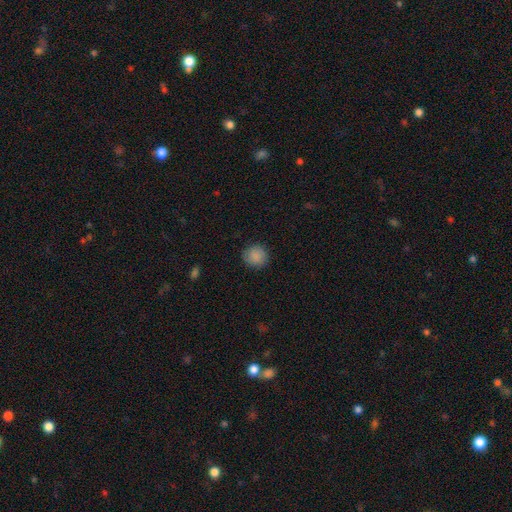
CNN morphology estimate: This appears to be a smooth galaxy with no disk features (88%) that is round (87%). Merging: none (88%).